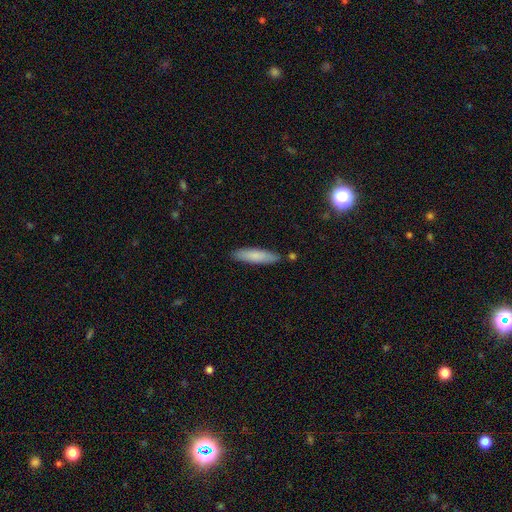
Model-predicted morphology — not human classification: This is clearly a smooth galaxy (80%). How rounded: likely cigar-shaped (76%). Merging: clearly none (84%).